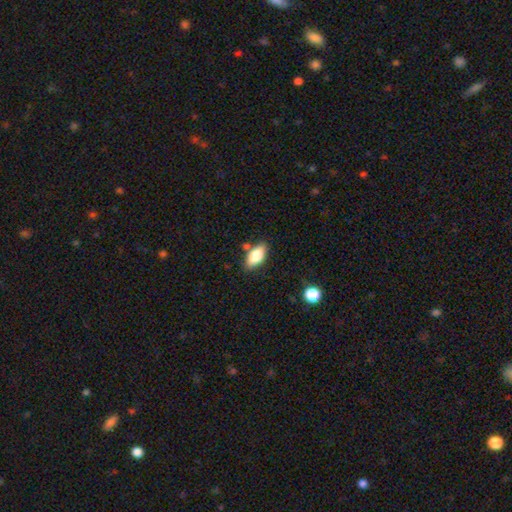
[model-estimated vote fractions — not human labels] smooth 79%, featured or disk 13%, star or artifact 7%. Down the decision tree: how rounded — in between (87%); merging — none (76%).